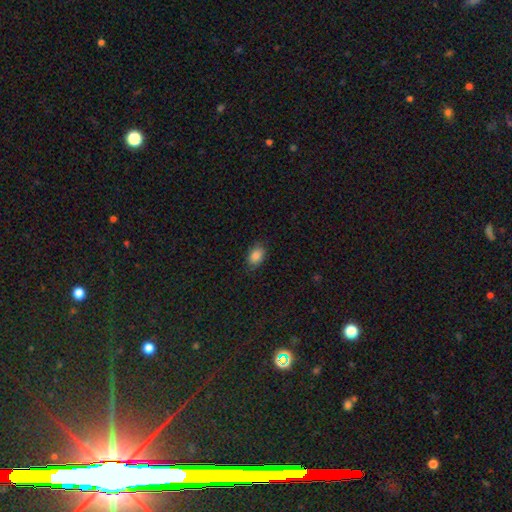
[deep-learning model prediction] smooth-or-featured: smooth: 87% | star or artifact: 9% | featured or disk: 4%
  how-rounded: in between: 84% | round: 15% | cigar-shaped: 1%
  merging: none: 83% | minor disturbance: 13% | major disturbance: 3% | merger: 1%